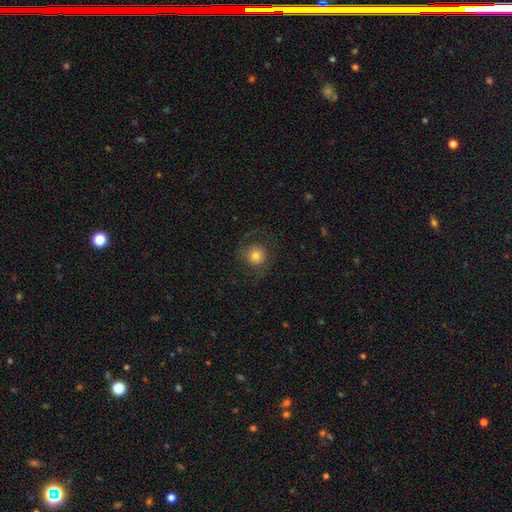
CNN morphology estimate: Smooth or featured? Predicted: smooth (p=0.70). How rounded? Predicted: round (p=0.91). Merging? Predicted: none (p=0.73).